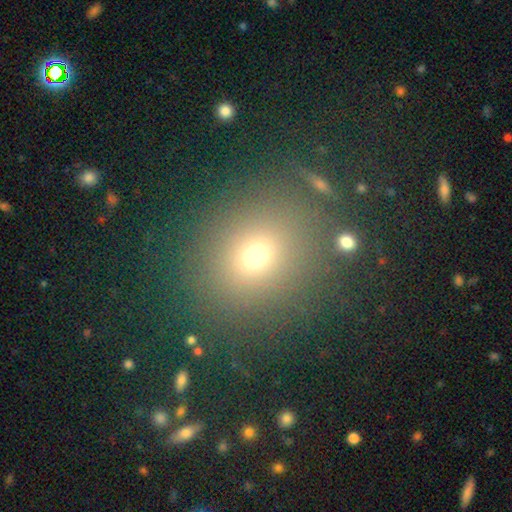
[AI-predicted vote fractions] The model was most divided on "smooth or featured": smooth: 67%, star or artifact: 23%, featured or disk: 10%. More confident: merging — none (85%); how rounded — round (73%).